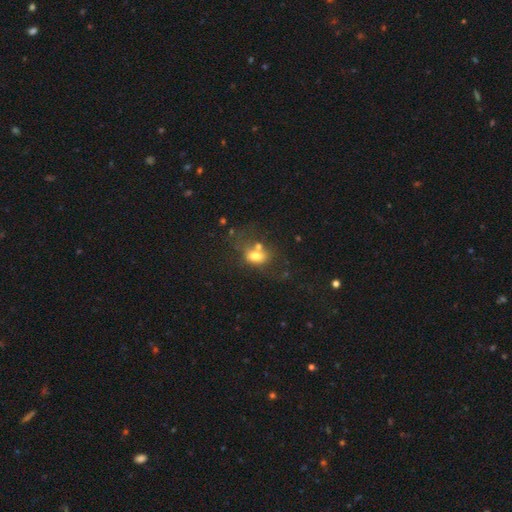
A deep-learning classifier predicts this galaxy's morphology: The model was most divided on "merging": merger: 36%, none: 33%, minor disturbance: 16%, major disturbance: 14%. More confident: how rounded — in between (69%); smooth or featured — smooth (66%).